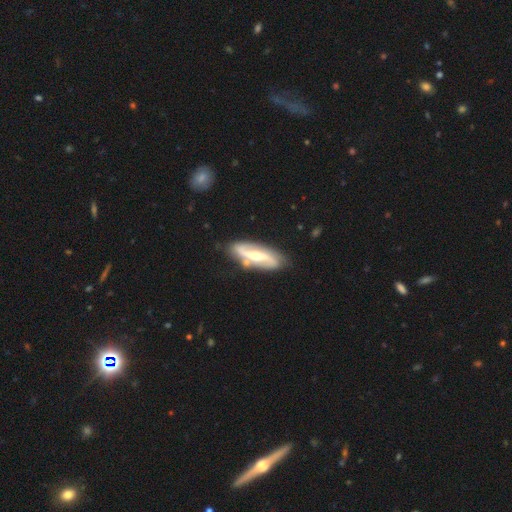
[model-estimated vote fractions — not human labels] Smooth or featured? featured or disk (81%)
Edge-on disk? no (90%)
Bar? strong (48%)
Spiral arms? yes (92%)
Spiral winding? loose (46%)
Spiral arm count? 2 (90%)
Bulge size? moderate (58%)
Merging? none (78%)